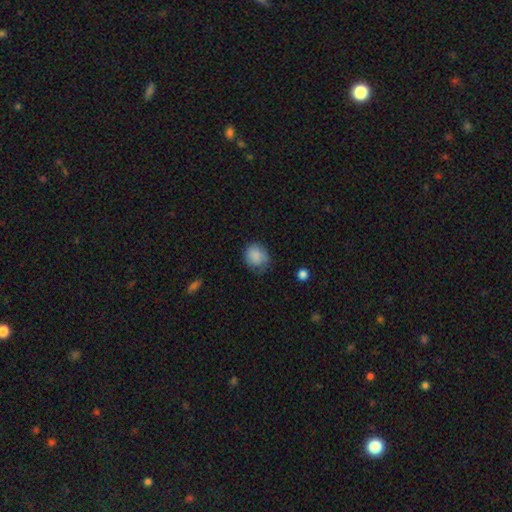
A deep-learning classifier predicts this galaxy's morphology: Smooth or featured? smooth (85%)
How rounded? round (71%)
Merging? none (63%)